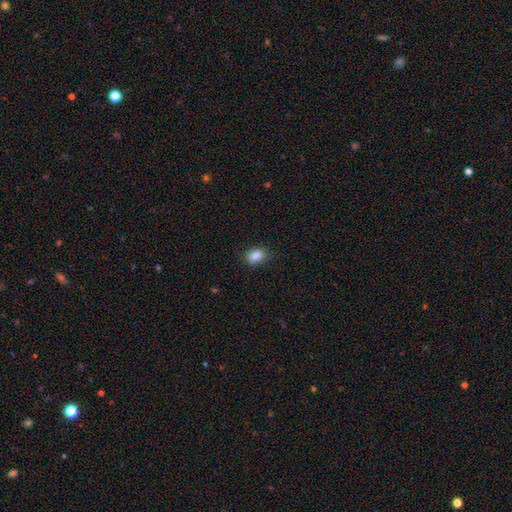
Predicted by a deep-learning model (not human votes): This appears to be a smooth galaxy with no disk features (87%) that is in between round and cigar-shaped (73%). Merging: none (82%).